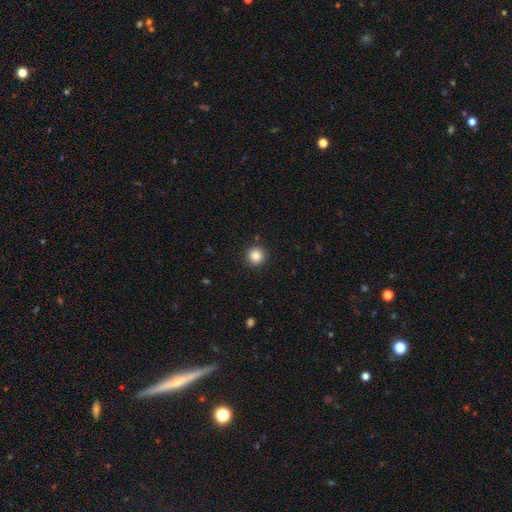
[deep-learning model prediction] Q: Smooth or featured?
A: smooth (85%); runner-up: star or artifact (10%)
Q: How rounded?
A: round (95%); runner-up: in between (4%)
Q: Merging?
A: none (91%); runner-up: minor disturbance (6%)